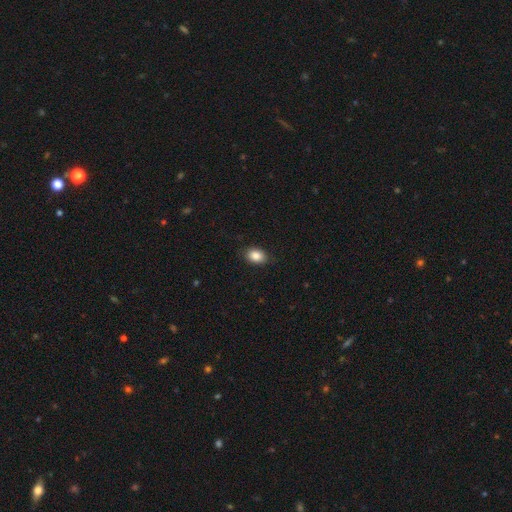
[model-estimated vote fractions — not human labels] Smooth or featured?
  - smooth: 86% *
  - star or artifact: 9%
  - featured or disk: 6%
How rounded?
  - in between: 78% *
  - round: 21%
  - cigar-shaped: 1%
Merging?
  - none: 87% *
  - minor disturbance: 10%
  - major disturbance: 2%
  - merger: 1%